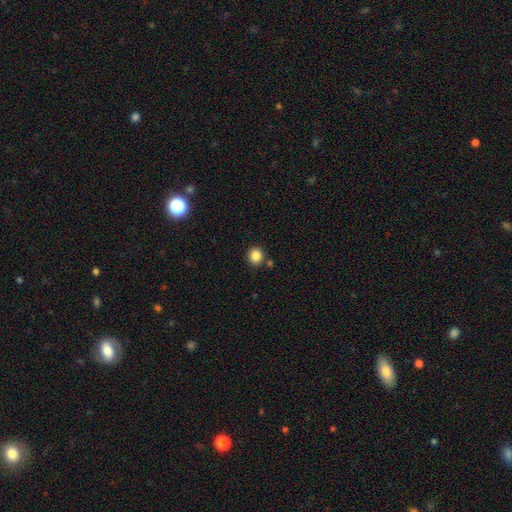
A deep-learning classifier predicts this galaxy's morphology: smooth_or_featured: smooth (p=0.86) [alt: star or artifact p=0.10]
how_rounded: round (p=0.86) [alt: in between p=0.13]
merging: none (p=0.84) [alt: minor disturbance p=0.07]